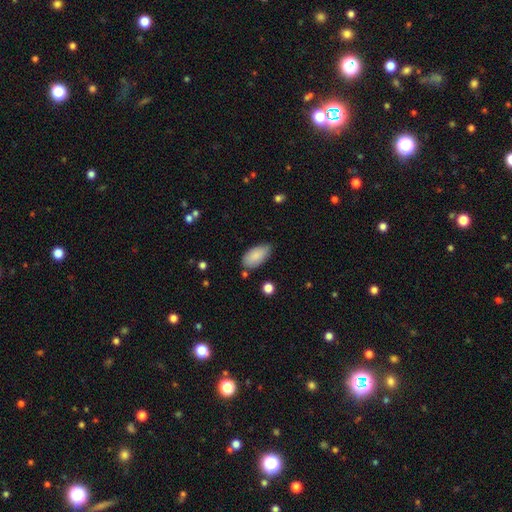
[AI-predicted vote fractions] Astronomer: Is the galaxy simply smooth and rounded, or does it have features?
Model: smooth — 86%.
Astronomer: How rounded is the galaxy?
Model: in between — 94%.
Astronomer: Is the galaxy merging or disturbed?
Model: none — 68%.